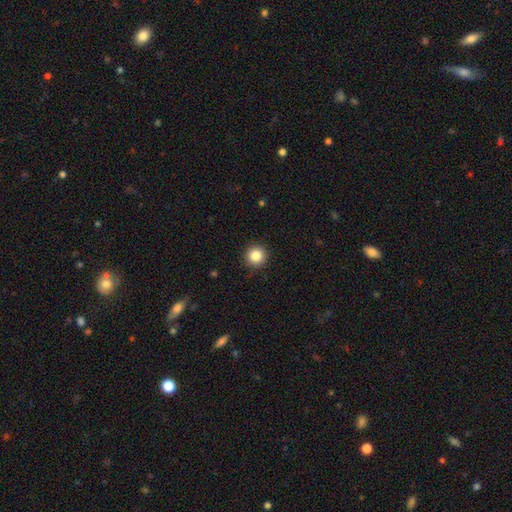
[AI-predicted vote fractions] Smooth or featured: smooth — 85% (star or artifact — 11%)
How rounded: round — 95% (in between — 4%)
Merging: none — 91% (minor disturbance — 6%)